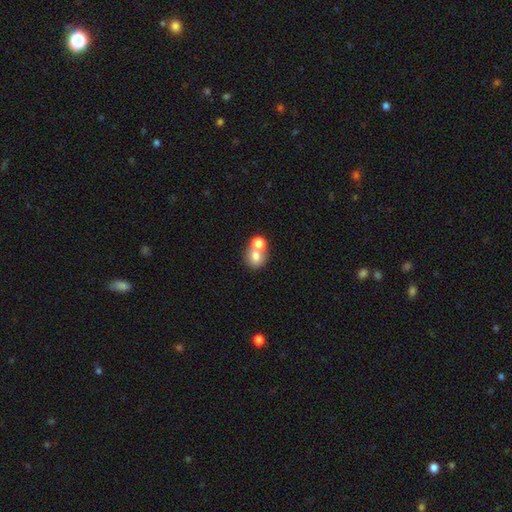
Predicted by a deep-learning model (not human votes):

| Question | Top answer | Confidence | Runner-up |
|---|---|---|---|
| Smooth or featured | smooth | 73% | featured or disk (17%) |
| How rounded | round | 74% | in between (25%) |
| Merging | merger | 57% | none (34%) |